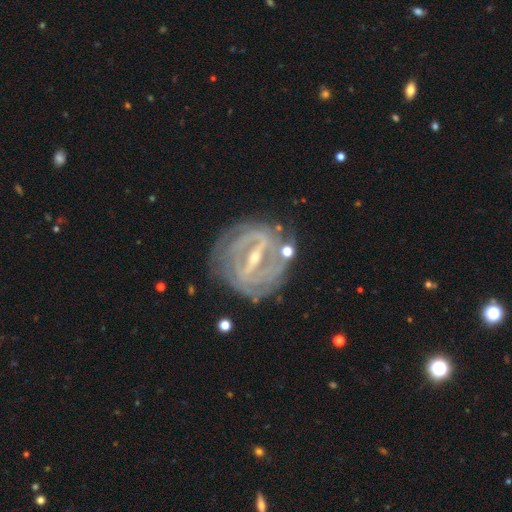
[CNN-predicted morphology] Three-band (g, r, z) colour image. It shows a featured or disk galaxy (86%) with a strong bar (79%), 2 (35%) tight (67%) spiral arms (85%) and a small central bulge (68%). Merging: none (74%).